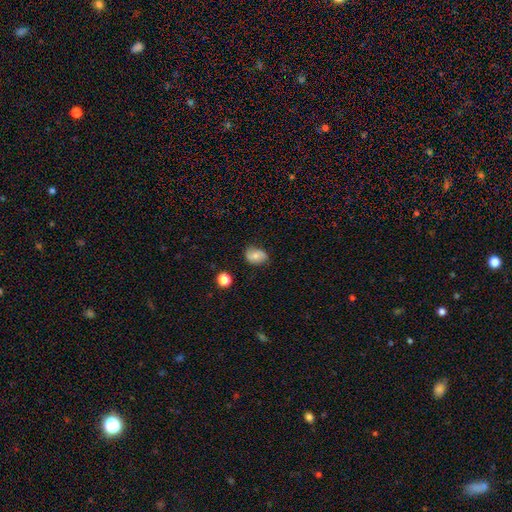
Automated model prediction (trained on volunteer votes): This is likely a smooth galaxy (62%). How rounded: likely in between (67%). Merging: likely none (73%).